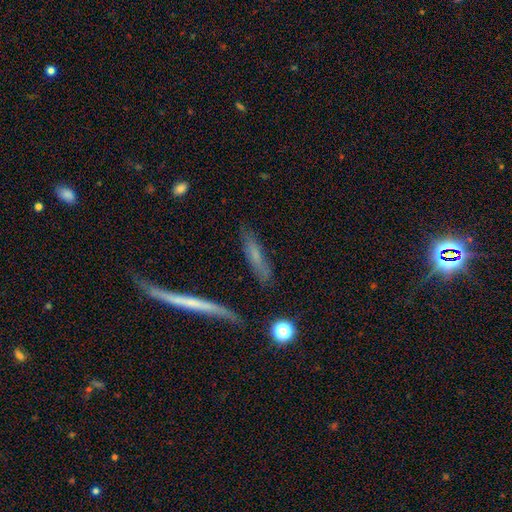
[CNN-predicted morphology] smooth_or_featured: smooth (p=0.55) [alt: featured or disk p=0.36]
how_rounded: cigar-shaped (p=0.79) [alt: in between p=0.18]
merging: none (p=0.73) [alt: minor disturbance p=0.18]